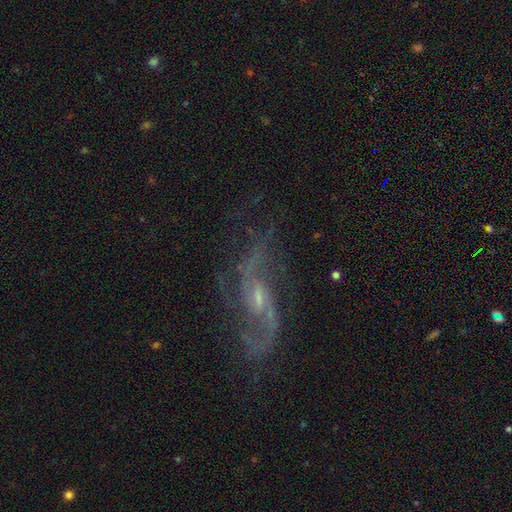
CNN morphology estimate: featured or disk 84%, star or artifact 9%, smooth 7%. Down the decision tree: edge-on disk — no (93%); bar — weak (45%); spiral arms — yes (94%); spiral arm count — 2 (70%); spiral winding — loose (54%); bulge size — small (63%); merging — none (61%).